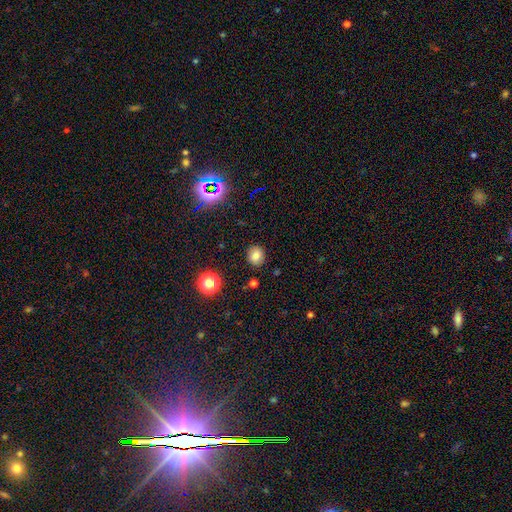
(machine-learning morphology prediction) Q: Smooth or featured?
A: smooth (79%); runner-up: star or artifact (14%)
Q: How rounded?
A: round (72%); runner-up: in between (27%)
Q: Merging?
A: none (87%); runner-up: minor disturbance (8%)